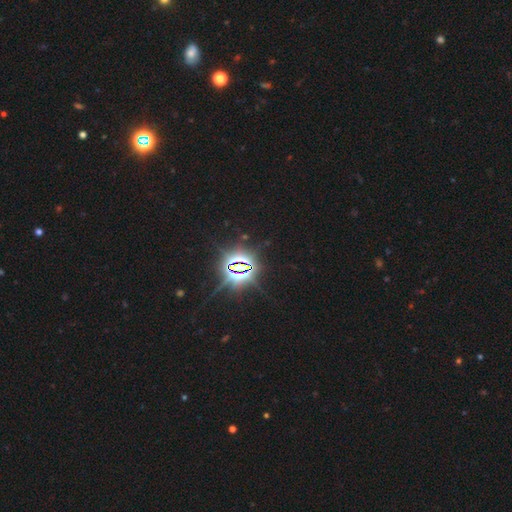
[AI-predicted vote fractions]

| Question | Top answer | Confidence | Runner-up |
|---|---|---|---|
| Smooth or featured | star or artifact | 85% | smooth (9%) |